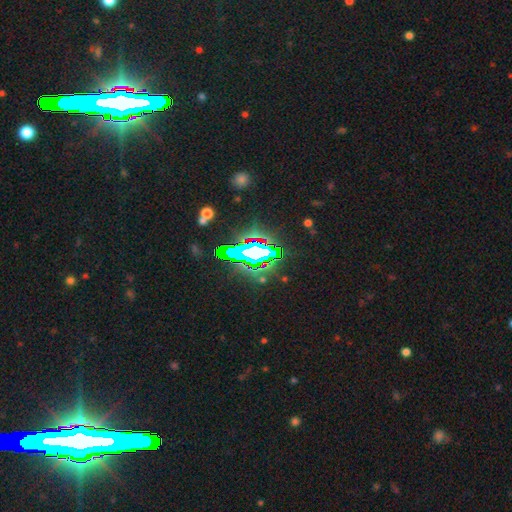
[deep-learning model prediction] star or artifact 70%, smooth 15%, featured or disk 15%.